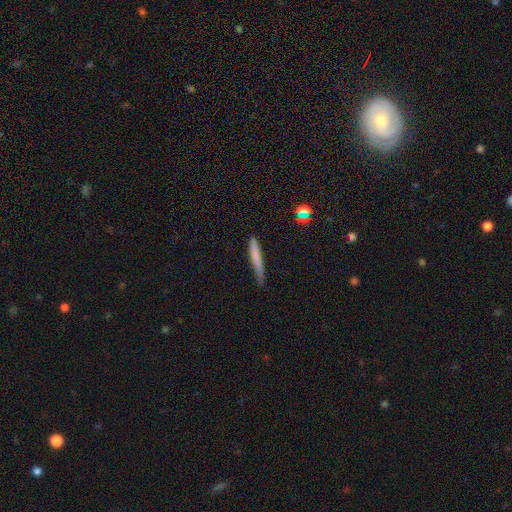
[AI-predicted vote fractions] Overall: smooth (74%). How rounded: cigar-shaped (94%). Merging: none (66%; minor disturbance 27%).